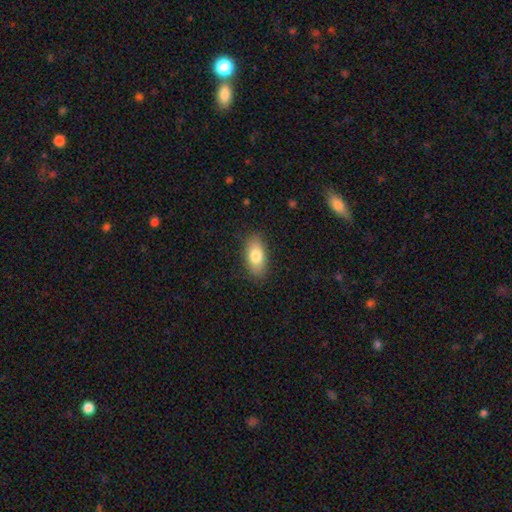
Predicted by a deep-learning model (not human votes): Smooth or featured? Predicted: smooth (p=0.78). How rounded? Predicted: in between (p=0.88). Merging? Predicted: none (p=0.86).